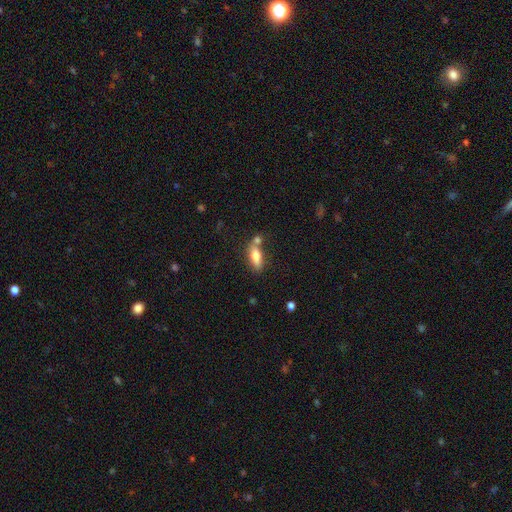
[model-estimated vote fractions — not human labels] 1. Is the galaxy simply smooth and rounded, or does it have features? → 73% smooth, 19% featured or disk, 8% star or artifact.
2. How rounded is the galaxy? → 68% in between, 28% cigar-shaped, 4% round.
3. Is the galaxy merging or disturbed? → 52% none, 27% merger, 15% minor disturbance, 6% major disturbance.